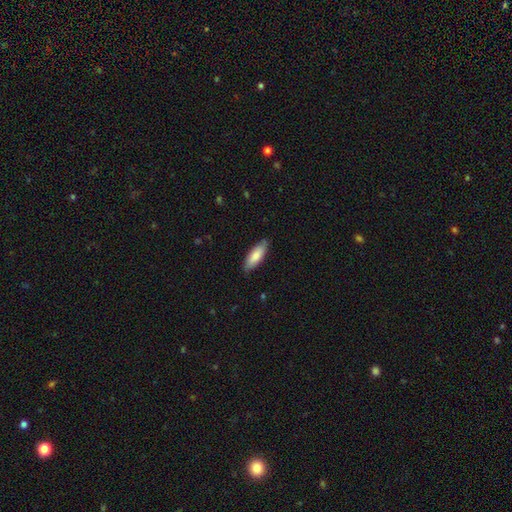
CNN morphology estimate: smooth-or-featured: smooth: 80% | featured or disk: 15% | star or artifact: 5%
  how-rounded: in between: 63% | cigar-shaped: 36% | round: 1%
  merging: none: 84% | minor disturbance: 13% | major disturbance: 2% | merger: 1%